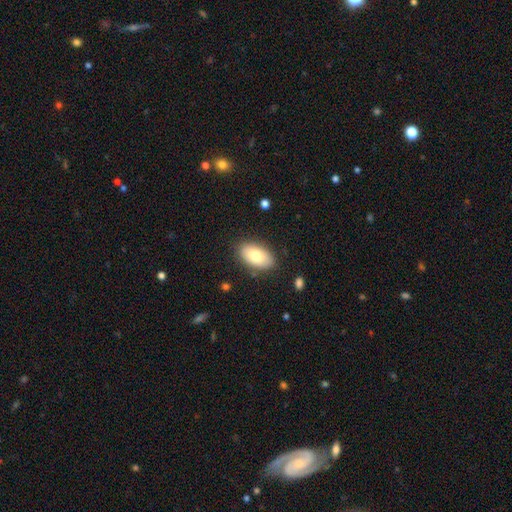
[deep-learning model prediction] smooth_or_featured: smooth (p=0.78) [alt: featured or disk p=0.16]
how_rounded: in between (p=0.93) [alt: round p=0.05]
merging: none (p=0.84) [alt: minor disturbance p=0.12]